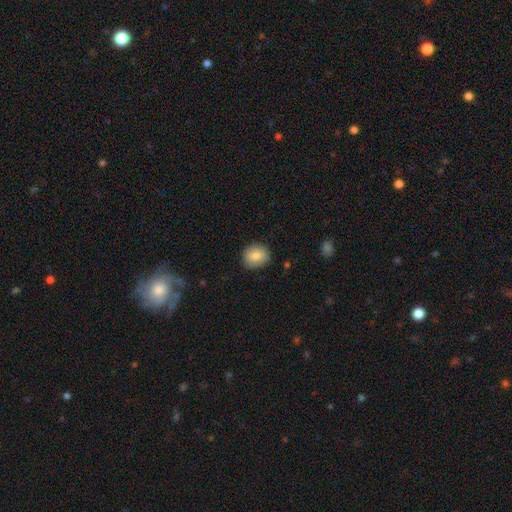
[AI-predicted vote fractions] Morphology: type=smooth (84%); roundness=round (69%); merging=none (83%).